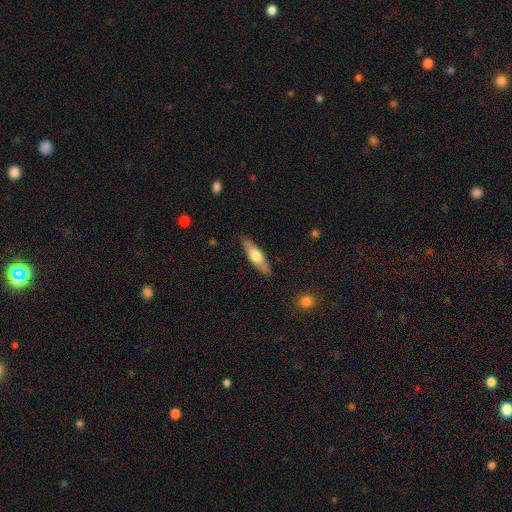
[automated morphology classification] Smooth or featured? Predicted: smooth (p=0.54). How rounded? Predicted: cigar-shaped (p=0.61). Merging? Predicted: none (p=0.87).